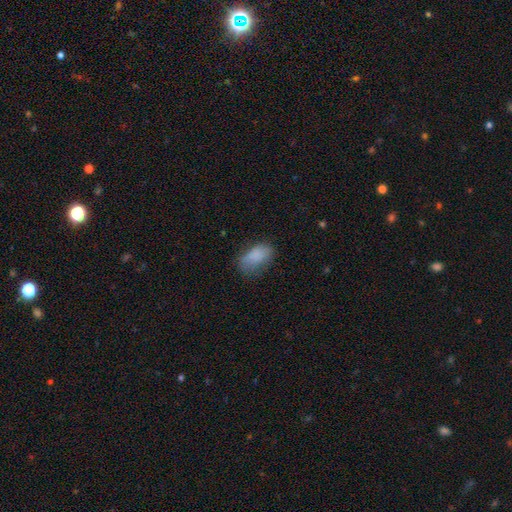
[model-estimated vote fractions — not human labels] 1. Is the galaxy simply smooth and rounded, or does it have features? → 80% smooth, 10% featured or disk, 10% star or artifact.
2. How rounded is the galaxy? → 92% in between, 6% round, 3% cigar-shaped.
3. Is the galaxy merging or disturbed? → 52% none, 30% minor disturbance, 15% major disturbance, 2% merger.